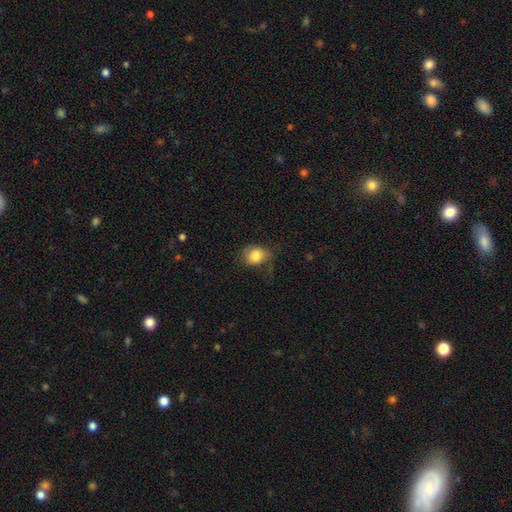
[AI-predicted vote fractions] Smooth or featured? smooth (79%)
How rounded? round (58%)
Merging? none (51%)